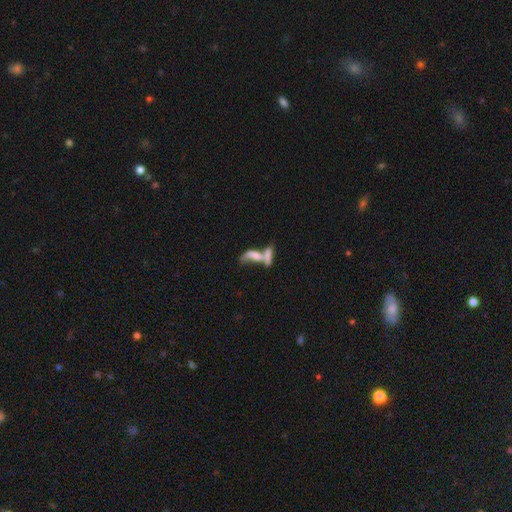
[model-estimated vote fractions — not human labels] This appears to be a featured or disk galaxy (48%). Merging: merger (65%).